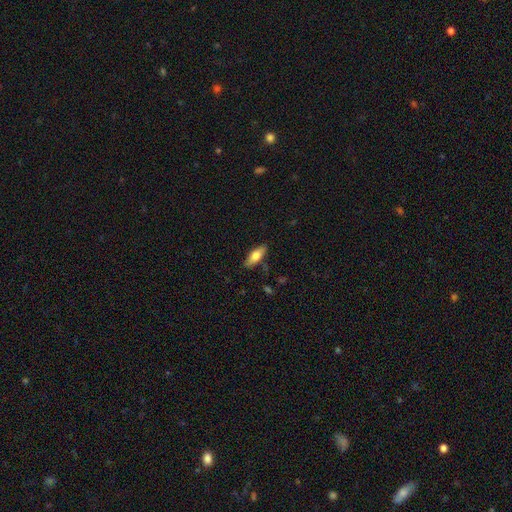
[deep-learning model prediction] Morphology: type=smooth (71%); roundness=in between (72%); merging=none (85%).